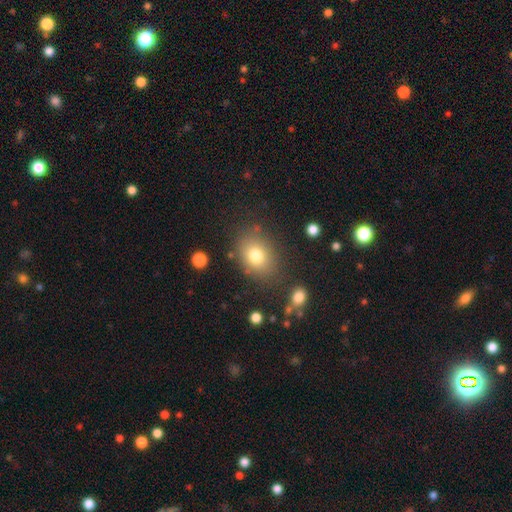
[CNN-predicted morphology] Smooth or featured? smooth (76%)
How rounded? in between (57%)
Merging? none (77%)